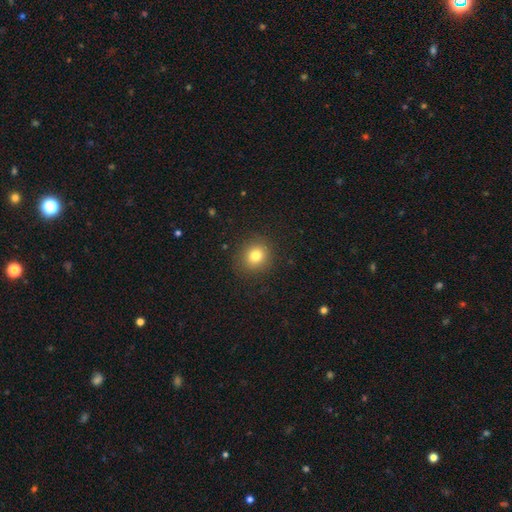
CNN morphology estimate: Smooth or featured?
  - smooth: 79% *
  - star or artifact: 13%
  - featured or disk: 8%
How rounded?
  - round: 85% *
  - in between: 14%
  - cigar-shaped: 1%
Merging?
  - none: 89% *
  - minor disturbance: 7%
  - major disturbance: 3%
  - merger: 1%